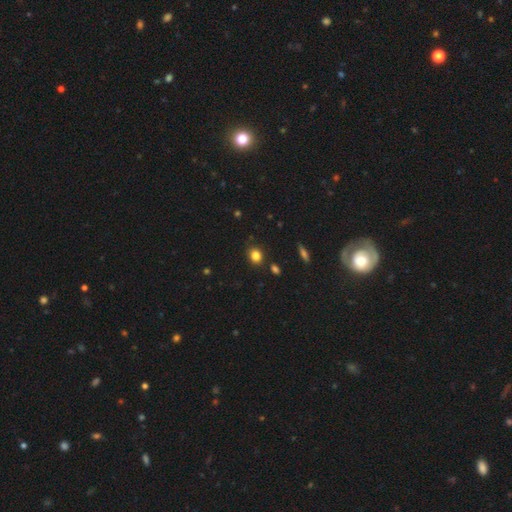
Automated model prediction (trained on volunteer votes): Smooth or featured? smooth (82%)
How rounded? round (63%)
Merging? none (84%)